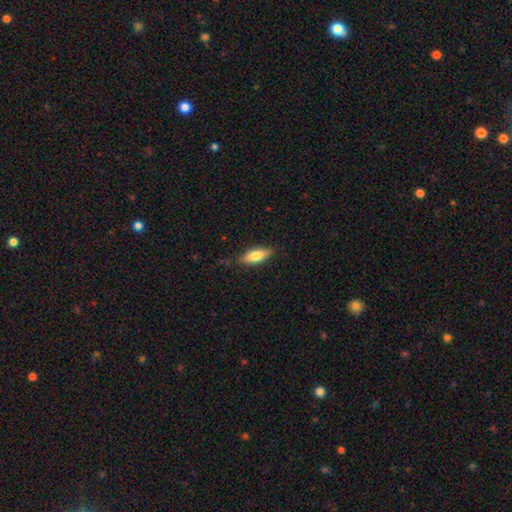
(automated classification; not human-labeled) Q: Smooth or featured?
A: smooth (74%); runner-up: featured or disk (20%)
Q: How rounded?
A: in between (64%); runner-up: cigar-shaped (34%)
Q: Merging?
A: none (81%); runner-up: minor disturbance (15%)